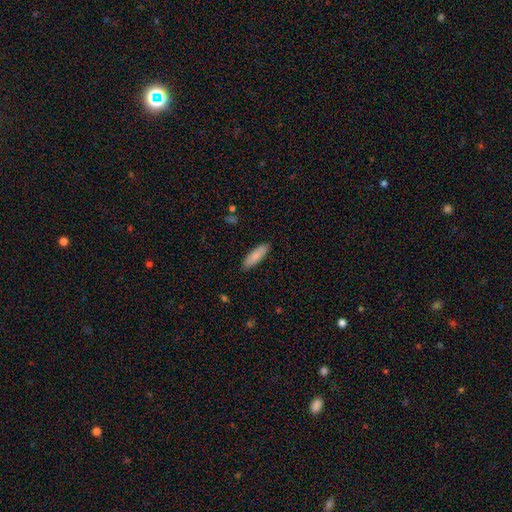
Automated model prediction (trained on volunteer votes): smooth_or_featured: smooth (p=0.83) [alt: featured or disk p=0.11]
how_rounded: cigar-shaped (p=0.55) [alt: in between p=0.43]
merging: none (p=0.89) [alt: minor disturbance p=0.09]